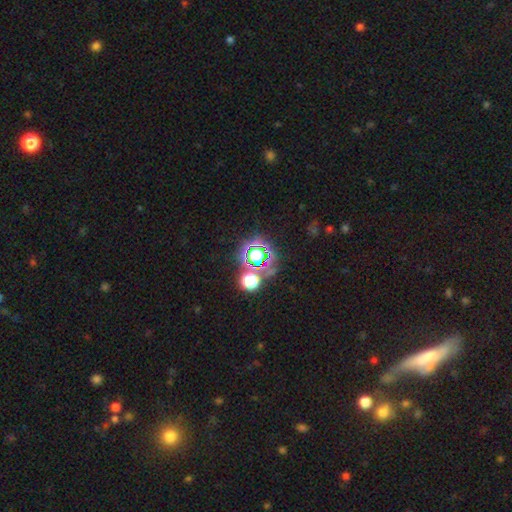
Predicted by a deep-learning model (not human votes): smooth_or_featured: star or artifact (p=0.62) [alt: smooth p=0.26]